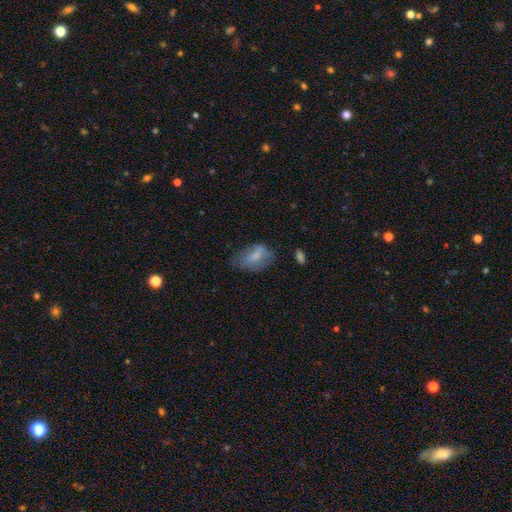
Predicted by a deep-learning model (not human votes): This appears to be a smooth galaxy with no disk features (65%) that is in between round and cigar-shaped (86%). Merging: none (41%).